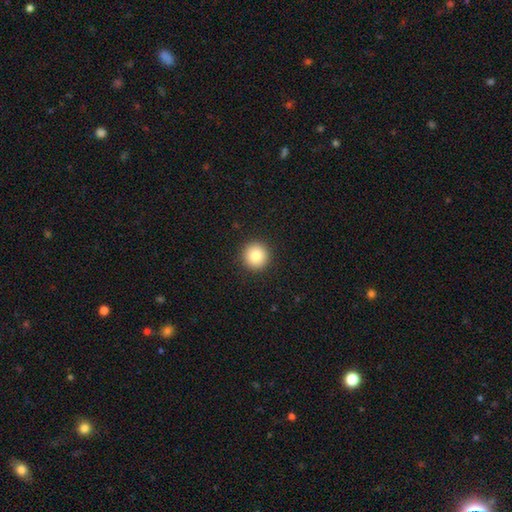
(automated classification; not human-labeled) Q: Smooth or featured?
A: smooth (83%); runner-up: star or artifact (10%)
Q: How rounded?
A: round (95%); runner-up: in between (4%)
Q: Merging?
A: none (93%); runner-up: minor disturbance (5%)